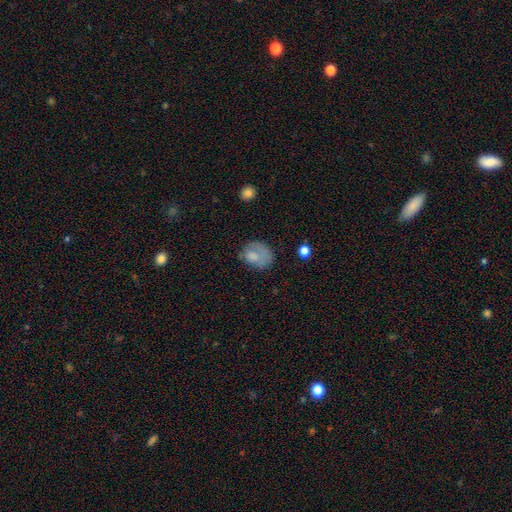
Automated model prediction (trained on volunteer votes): Overall: smooth (72%). How rounded: in between (55%; round 44%). Merging: none (46%; minor disturbance 29%).